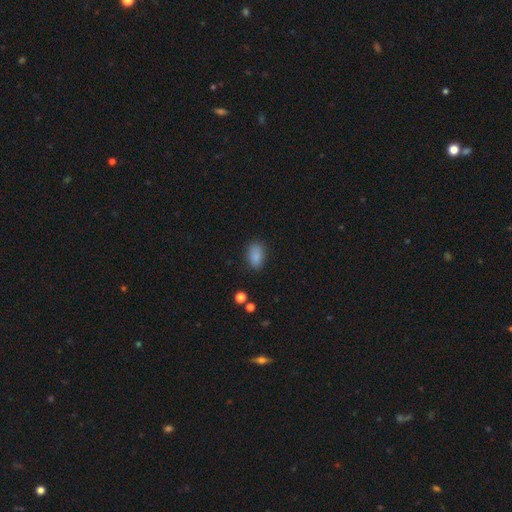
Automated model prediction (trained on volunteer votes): smooth-or-featured: smooth: 86% | star or artifact: 10% | featured or disk: 4%
  how-rounded: in between: 88% | round: 10% | cigar-shaped: 2%
  merging: none: 82% | minor disturbance: 13% | major disturbance: 3% | merger: 2%